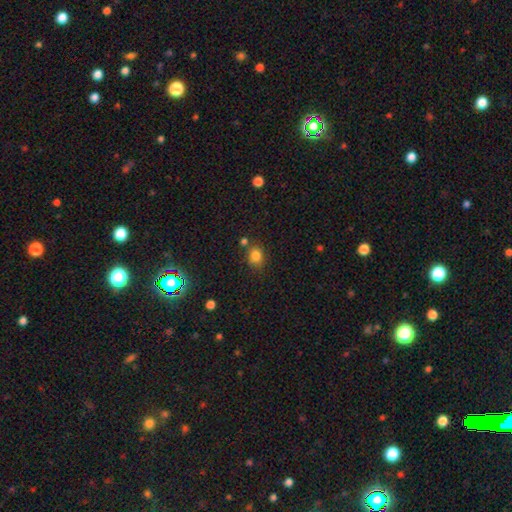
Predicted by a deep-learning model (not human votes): Smooth or featured? Predicted: smooth (p=0.81). How rounded? Predicted: round (p=0.58). Merging? Predicted: none (p=0.72).